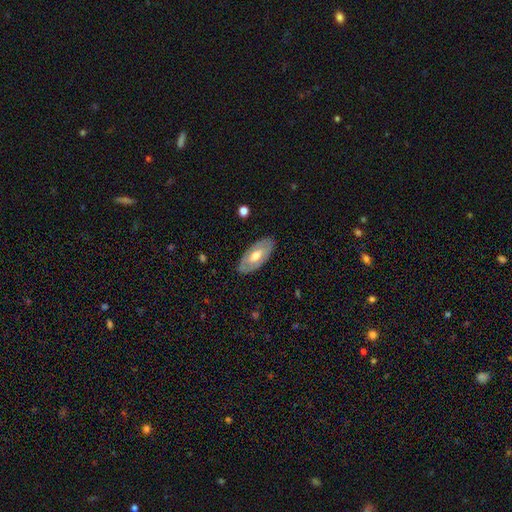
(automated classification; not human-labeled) smooth-or-featured: featured or disk: 58% | smooth: 37% | star or artifact: 5%
  disk-edge-on: no: 85% | yes: 15%
  merging: none: 84% | minor disturbance: 12% | major disturbance: 3% | merger: 1%